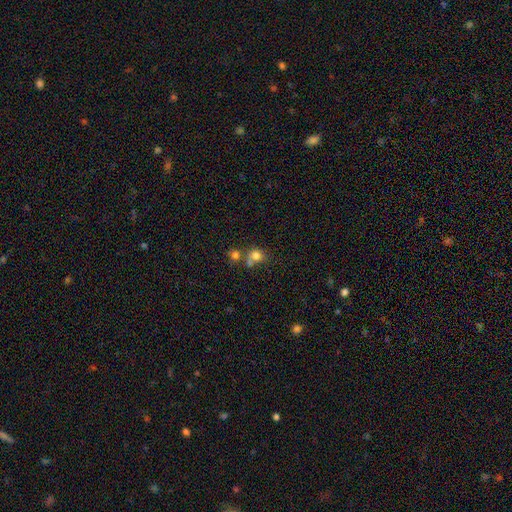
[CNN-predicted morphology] Q: Smooth or featured?
A: smooth (76%); runner-up: star or artifact (14%)
Q: How rounded?
A: round (77%); runner-up: in between (22%)
Q: Merging?
A: none (45%); runner-up: merger (40%)